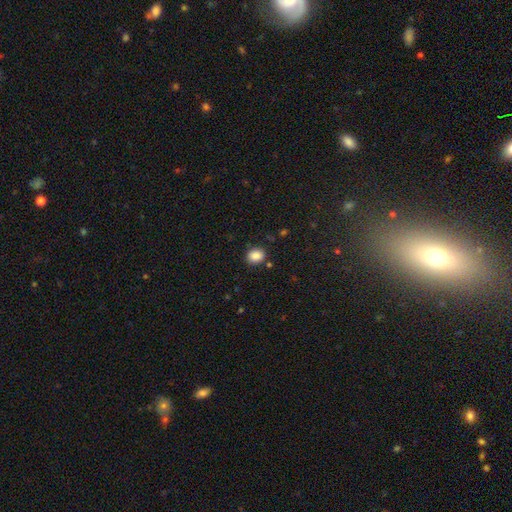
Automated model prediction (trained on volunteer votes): smooth 87%, star or artifact 9%, featured or disk 4%. Down the decision tree: how rounded — round (61%); merging — none (85%).